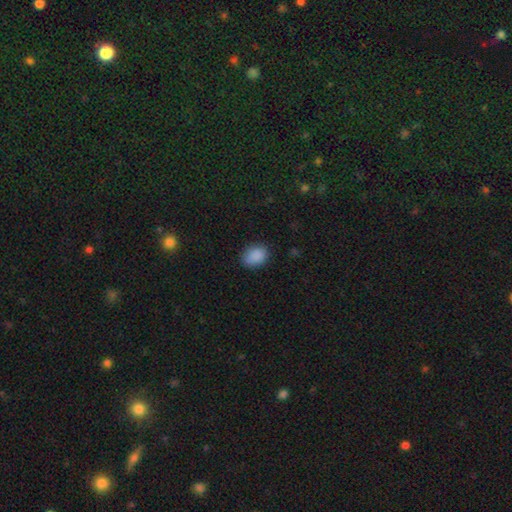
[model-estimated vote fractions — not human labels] Smooth or featured?
  - smooth: 88% *
  - star or artifact: 8%
  - featured or disk: 4%
How rounded?
  - in between: 67% *
  - round: 32%
  - cigar-shaped: 1%
Merging?
  - none: 81% *
  - minor disturbance: 14%
  - major disturbance: 3%
  - merger: 1%